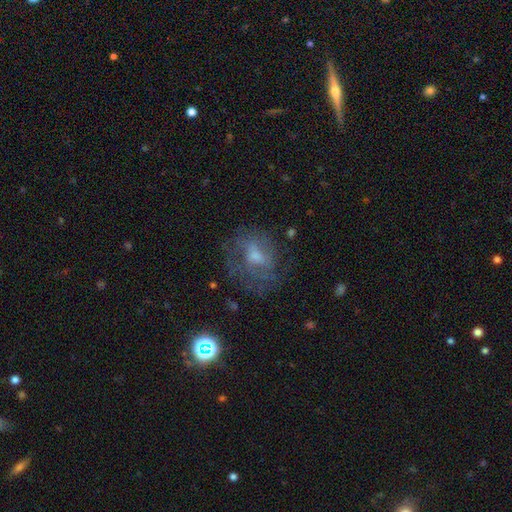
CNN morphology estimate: This is possibly a featured or disk galaxy (51%). It is clearly not viewed edge-on (95%). Merging: possibly none (57%).